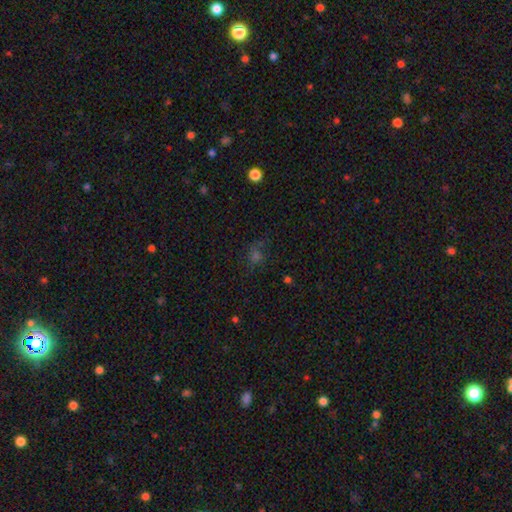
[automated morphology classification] Smooth or featured?
  - star or artifact: 42% *
  - smooth: 38%
  - featured or disk: 20%